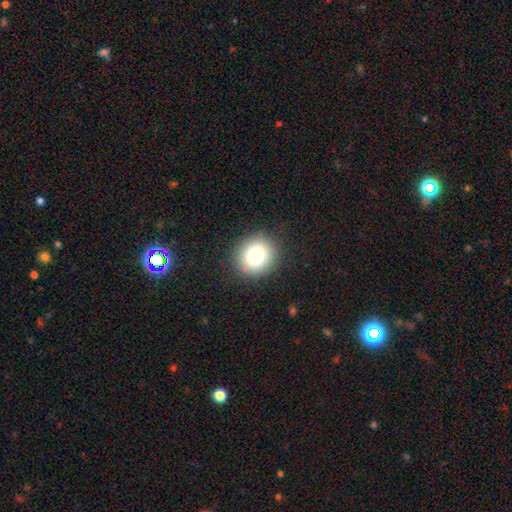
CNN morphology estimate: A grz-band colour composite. It shows a smooth galaxy with no disk features (79%) that is round (86%). Merging: none (89%).